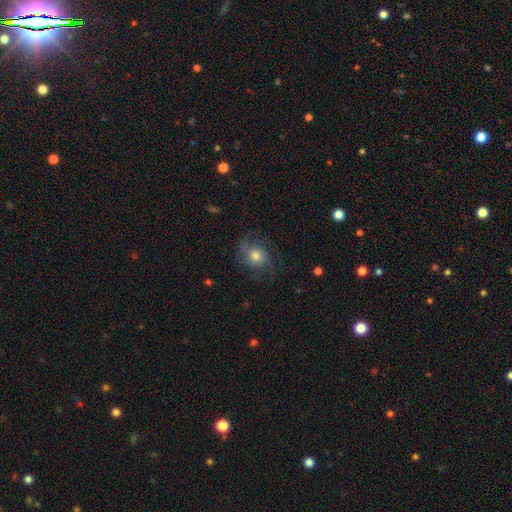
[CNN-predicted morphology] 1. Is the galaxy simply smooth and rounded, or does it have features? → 45% featured or disk, 44% smooth, 11% star or artifact.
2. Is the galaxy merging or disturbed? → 65% none, 19% minor disturbance, 15% major disturbance, 1% merger.